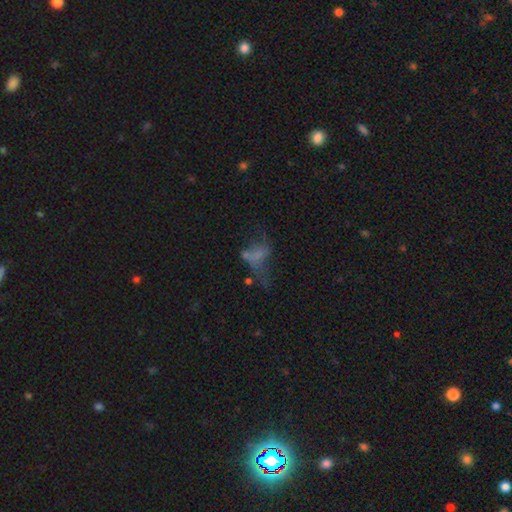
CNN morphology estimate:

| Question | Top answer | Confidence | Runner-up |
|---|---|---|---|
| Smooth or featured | smooth | 43% | featured or disk (37%) |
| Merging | major disturbance | 45% | none (23%) |